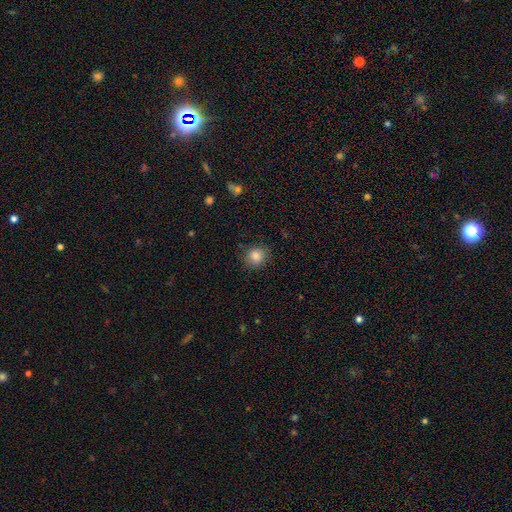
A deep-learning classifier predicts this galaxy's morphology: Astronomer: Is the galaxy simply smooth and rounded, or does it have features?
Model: smooth — 85%.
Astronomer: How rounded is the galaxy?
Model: round — 86%.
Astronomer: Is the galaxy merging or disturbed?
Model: none — 84%.